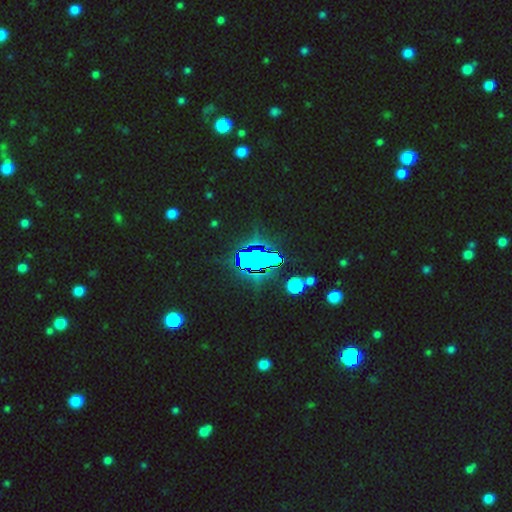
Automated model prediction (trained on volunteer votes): smooth_or_featured: star or artifact (p=0.76) [alt: smooth p=0.15]